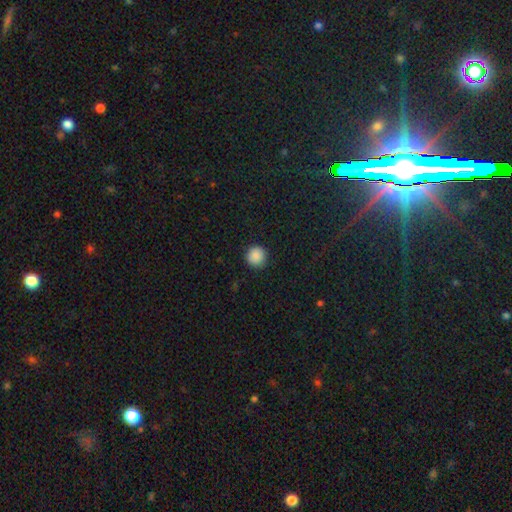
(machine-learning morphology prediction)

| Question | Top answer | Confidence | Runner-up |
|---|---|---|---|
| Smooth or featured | smooth | 88% | star or artifact (9%) |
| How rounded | round | 95% | in between (4%) |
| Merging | none | 91% | minor disturbance (6%) |